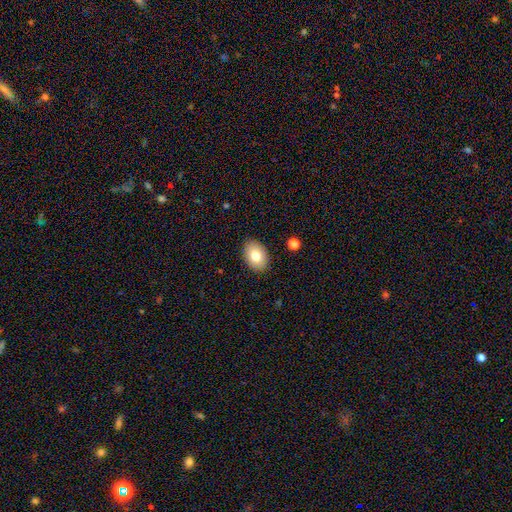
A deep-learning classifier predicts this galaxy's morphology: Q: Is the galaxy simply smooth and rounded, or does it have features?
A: smooth — 79%.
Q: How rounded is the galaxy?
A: in between — 82%.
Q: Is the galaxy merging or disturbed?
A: none — 88%.